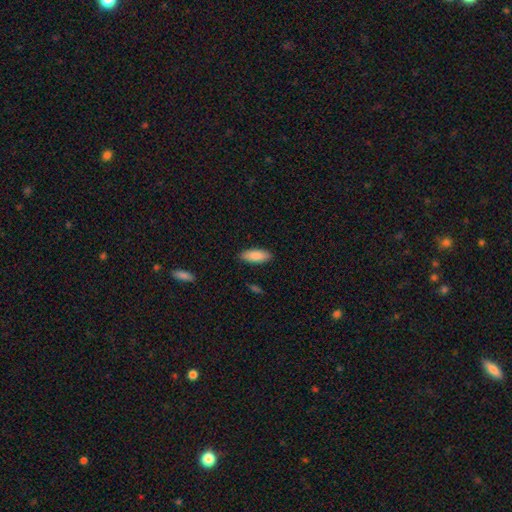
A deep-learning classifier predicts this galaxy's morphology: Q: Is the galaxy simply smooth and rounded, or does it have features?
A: smooth — 87%.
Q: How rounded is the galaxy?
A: in between — 77%.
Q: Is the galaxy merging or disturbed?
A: none — 88%.